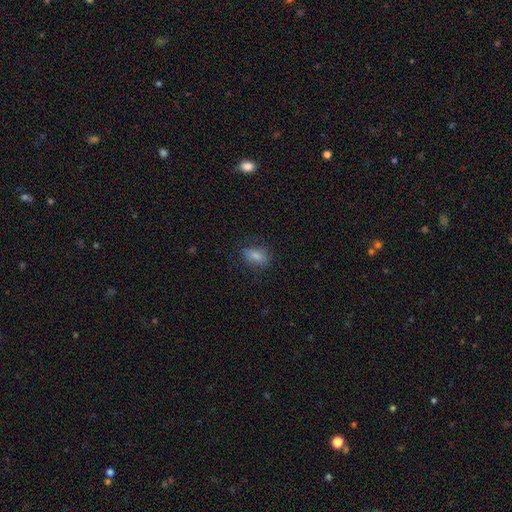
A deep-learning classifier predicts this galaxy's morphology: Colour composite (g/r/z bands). It shows a smooth galaxy with no disk features (72%) that is in between round and cigar-shaped (77%). Merging: none (79%).